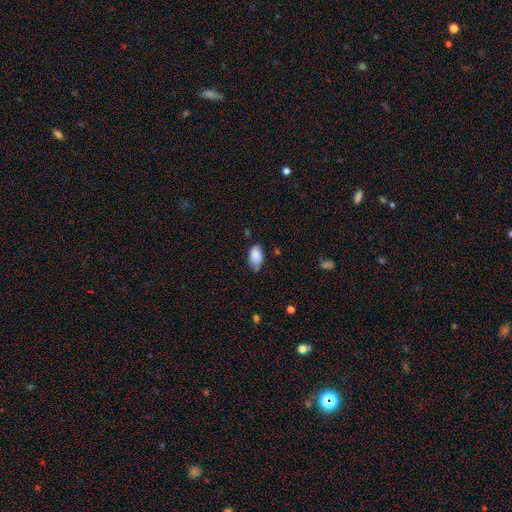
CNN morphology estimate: Q: Smooth or featured?
A: smooth (88%); runner-up: star or artifact (7%)
Q: How rounded?
A: in between (92%); runner-up: round (6%)
Q: Merging?
A: none (65%); runner-up: minor disturbance (28%)